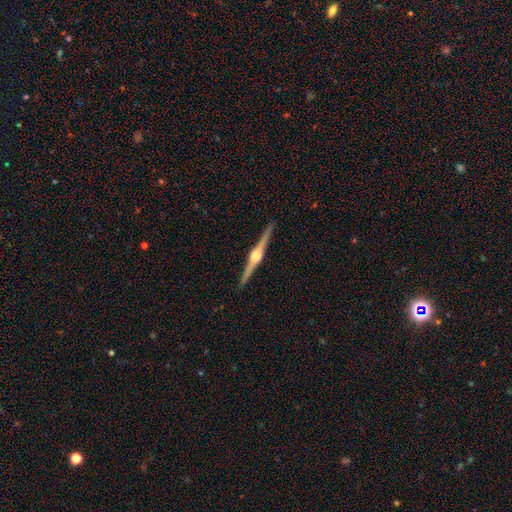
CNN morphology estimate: A featured or disk galaxy (89%) viewed edge-on (99%) with a rounded central bulge (92%). Merging: none (93%).